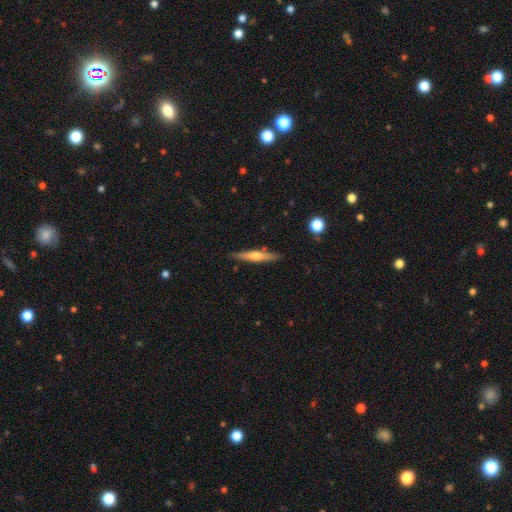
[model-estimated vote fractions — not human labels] Smooth or featured? Predicted: featured or disk (p=0.56). Edge-on disk? Predicted: yes (p=0.96). Edge-on bulge? Predicted: rounded (p=0.80). Merging? Predicted: none (p=0.88).